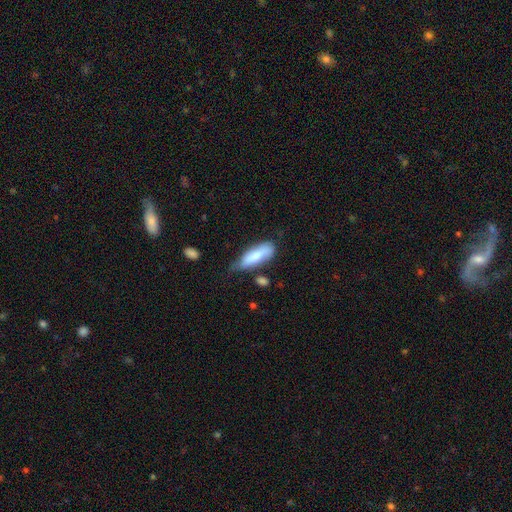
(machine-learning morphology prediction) smooth 75%, featured or disk 18%, star or artifact 6%. Down the decision tree: how rounded — in between (62%); merging — none (43%).